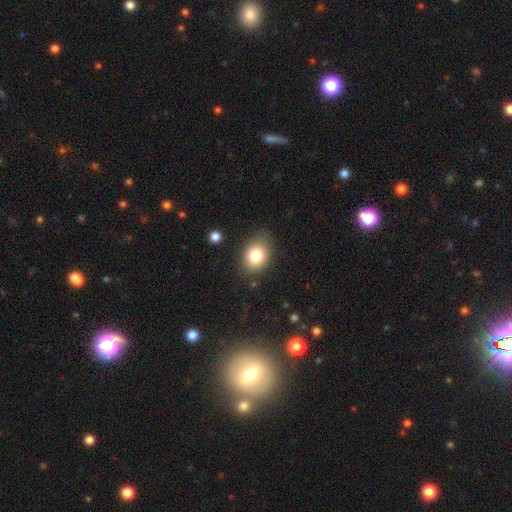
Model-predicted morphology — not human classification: This is clearly a smooth galaxy (82%). How rounded: likely in between (66%). Merging: likely none (79%).